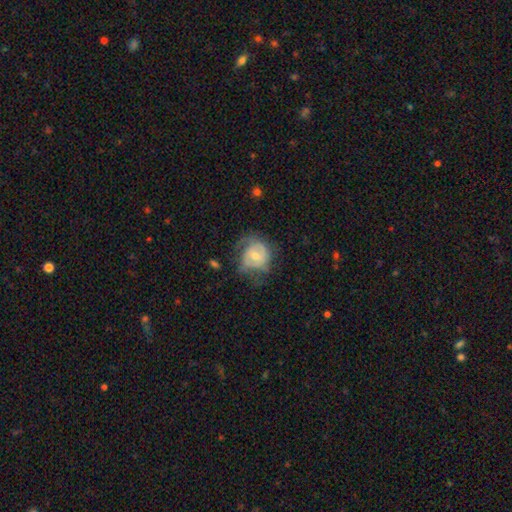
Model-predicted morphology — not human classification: Smooth or featured? featured or disk (53%)
Edge-on disk? no (97%)
Bar? no (71%)
Spiral arms? yes (61%)
Bulge size? moderate (54%)
Merging? none (40%)